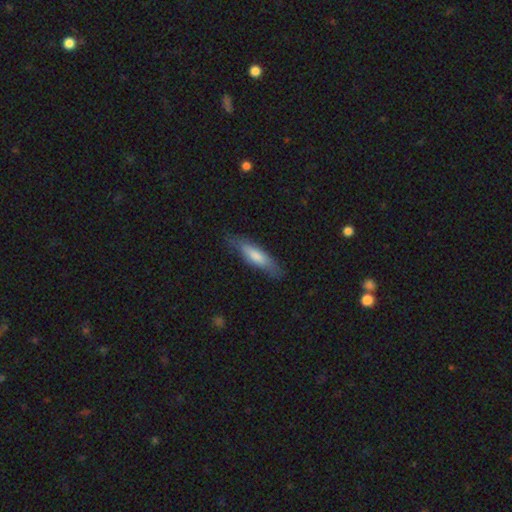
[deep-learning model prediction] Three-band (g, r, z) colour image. It shows a smooth galaxy with no disk features (55%) that is cigar-shaped (77%). Merging: none (81%).